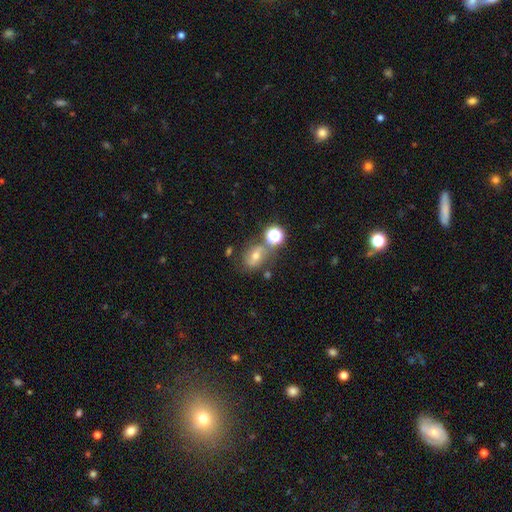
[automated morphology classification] smooth_or_featured: smooth (p=0.47) [alt: featured or disk p=0.31]
merging: none (p=0.58) [alt: merger p=0.18]